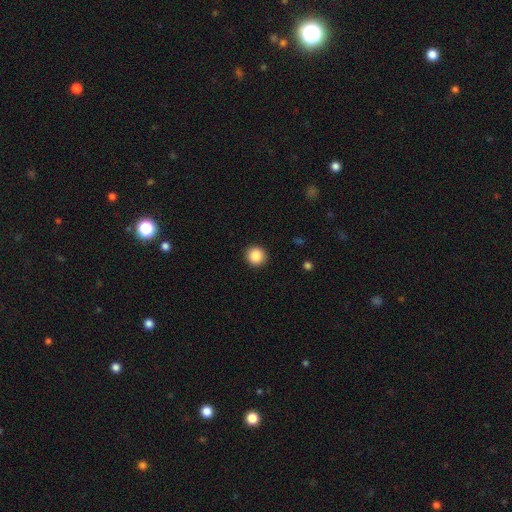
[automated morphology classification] Smooth or featured? smooth (88%)
How rounded? round (93%)
Merging? none (92%)